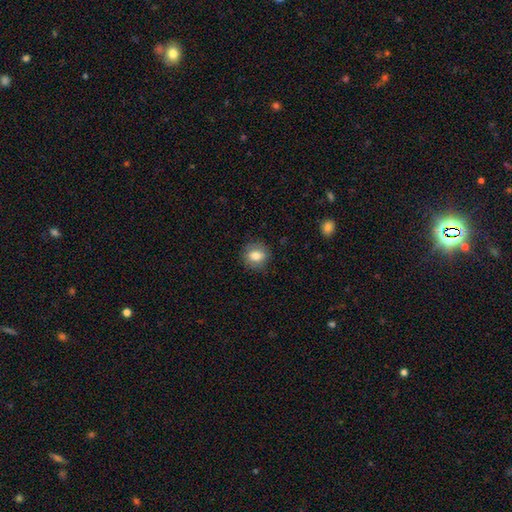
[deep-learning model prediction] The model was most divided on "how rounded": round: 68%, in between: 31%, cigar-shaped: 1%. More confident: merging — none (85%); smooth or featured — smooth (77%).